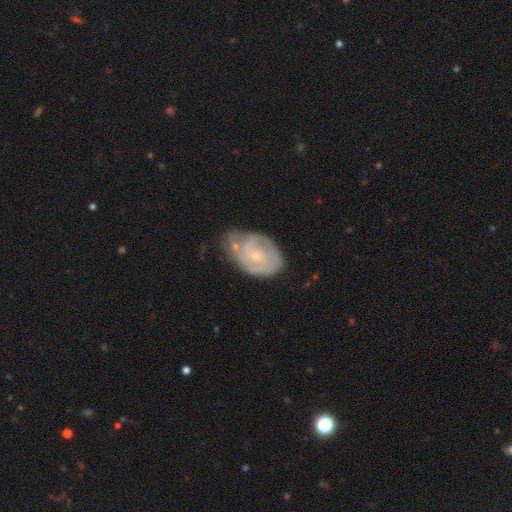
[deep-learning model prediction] Q: Smooth or featured?
A: featured or disk (77%); runner-up: smooth (17%)
Q: Edge-on disk?
A: no (97%); runner-up: yes (3%)
Q: Bar?
A: no (71%); runner-up: weak (25%)
Q: Spiral arms?
A: yes (86%); runner-up: no (14%)
Q: Spiral winding?
A: tight (65%); runner-up: medium (28%)
Q: Spiral arm count?
A: can't tell (39%); runner-up: 2 (32%)
Q: Bulge size?
A: small (71%); runner-up: moderate (24%)
Q: Merging?
A: none (47%); runner-up: minor disturbance (34%)